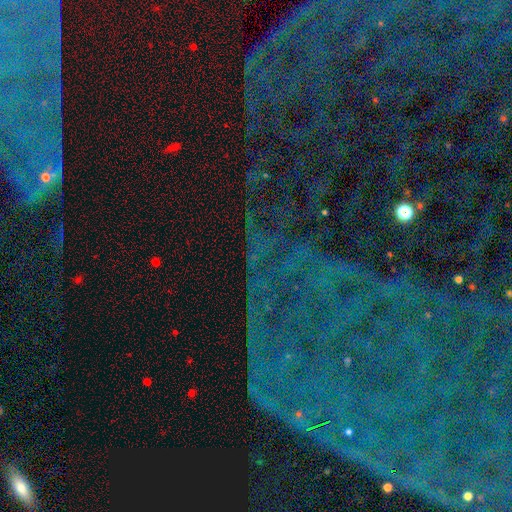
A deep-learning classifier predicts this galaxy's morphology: smooth-or-featured: star or artifact: 81% | featured or disk: 10% | smooth: 9%